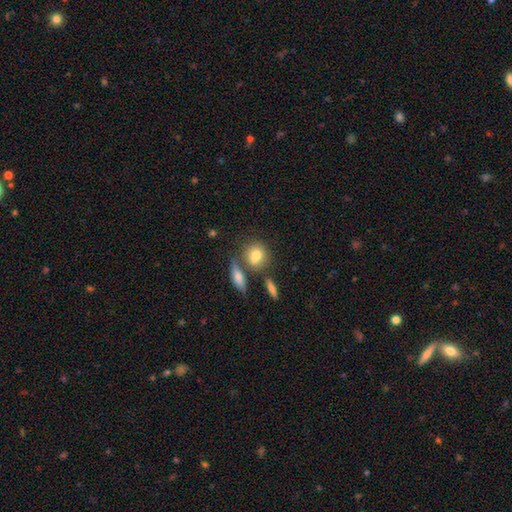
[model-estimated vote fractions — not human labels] The model was most divided on "merging": none: 53%, merger: 29%, minor disturbance: 13%, major disturbance: 5%. More confident: smooth or featured — smooth (80%); how rounded — round (61%).